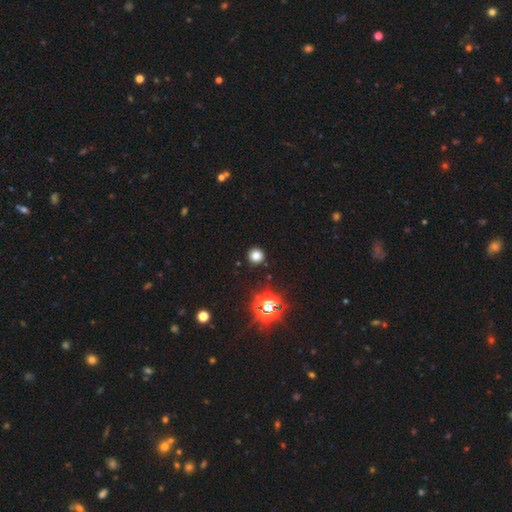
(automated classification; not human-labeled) Overall: smooth (77%). How rounded: round (94%). Merging: none (91%).